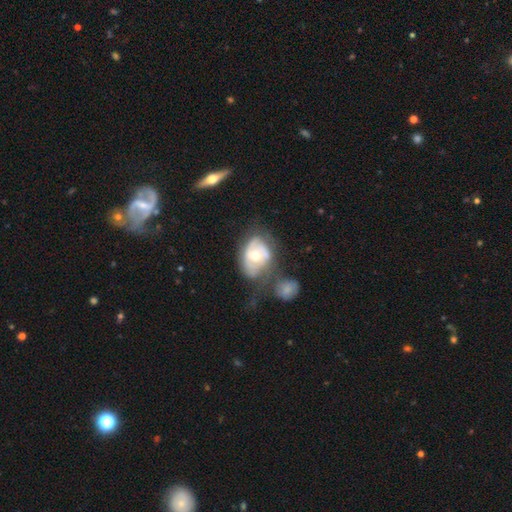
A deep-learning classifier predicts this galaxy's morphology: Smooth or featured? featured or disk (63%)
Edge-on disk? no (96%)
Bar? no (76%)
Spiral arms? yes (58%)
Bulge size? moderate (71%)
Merging? none (32%)